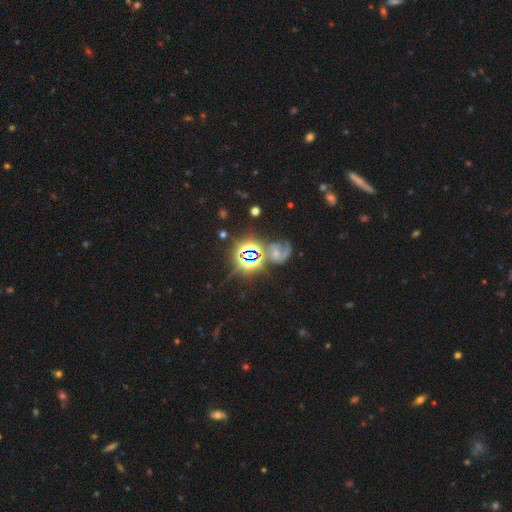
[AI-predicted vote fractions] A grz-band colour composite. It shows a star or artifact, not a galaxy (60%).